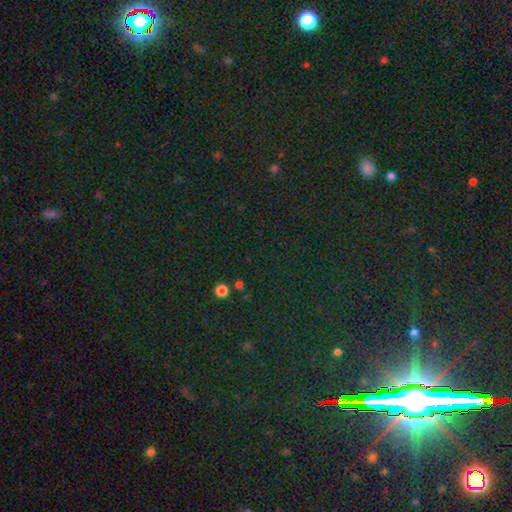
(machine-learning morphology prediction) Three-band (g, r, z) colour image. It shows a star or artifact, not a galaxy (80%).